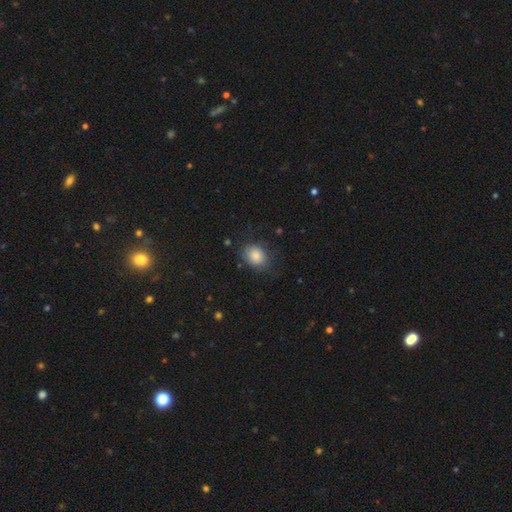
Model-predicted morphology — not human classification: smooth_or_featured: smooth (p=0.84) [alt: star or artifact p=0.09]
how_rounded: in between (p=0.54) [alt: round p=0.45]
merging: none (p=0.74) [alt: minor disturbance p=0.18]